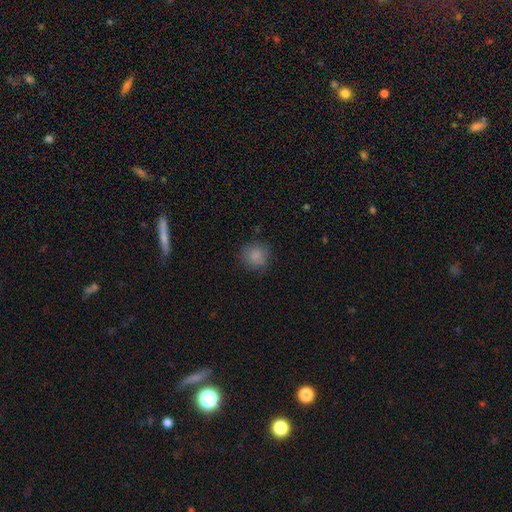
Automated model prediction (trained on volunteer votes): A smooth galaxy with no disk features (84%) that is round (86%). Merging: none (79%).